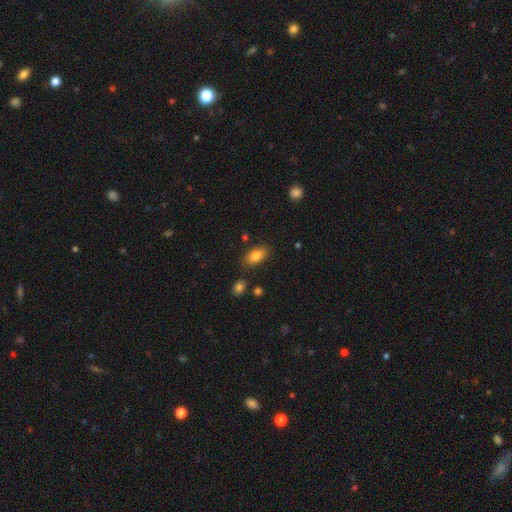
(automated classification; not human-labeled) Smooth or featured: smooth — 83% (featured or disk — 9%)
How rounded: in between — 90% (cigar-shaped — 6%)
Merging: none — 83% (minor disturbance — 11%)